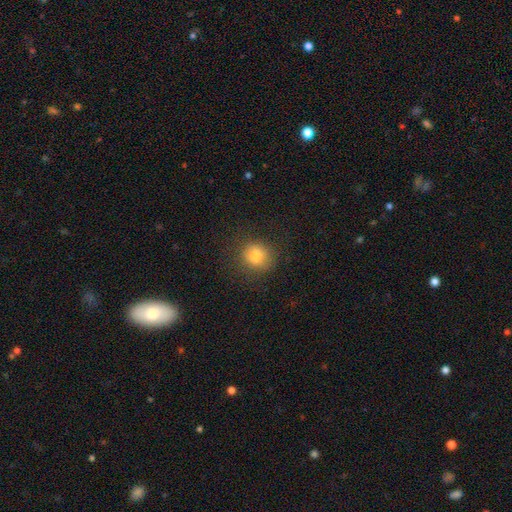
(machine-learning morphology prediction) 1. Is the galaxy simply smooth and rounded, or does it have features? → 80% smooth, 12% star or artifact, 7% featured or disk.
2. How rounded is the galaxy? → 81% round, 18% in between, 1% cigar-shaped.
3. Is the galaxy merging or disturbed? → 83% none, 12% minor disturbance, 4% major disturbance, 1% merger.